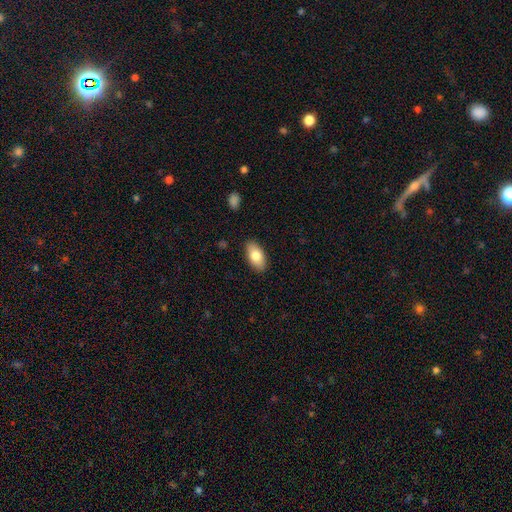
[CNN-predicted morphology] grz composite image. It shows a smooth galaxy with no disk features (81%) that is in between round and cigar-shaped (93%). Merging: none (88%).